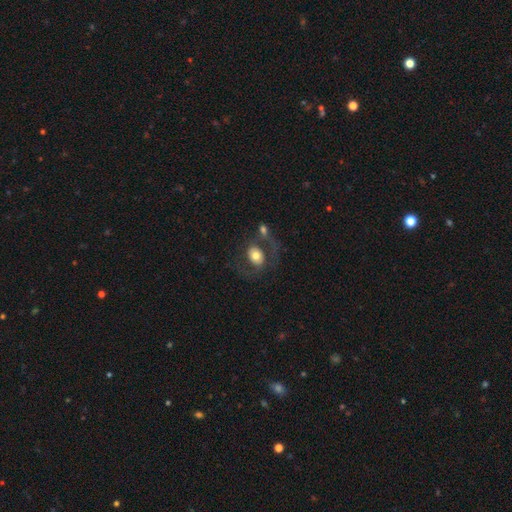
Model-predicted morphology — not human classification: Q: Smooth or featured?
A: smooth (55%); runner-up: featured or disk (38%)
Q: How rounded?
A: in between (53%); runner-up: round (46%)
Q: Merging?
A: none (49%); runner-up: major disturbance (19%)